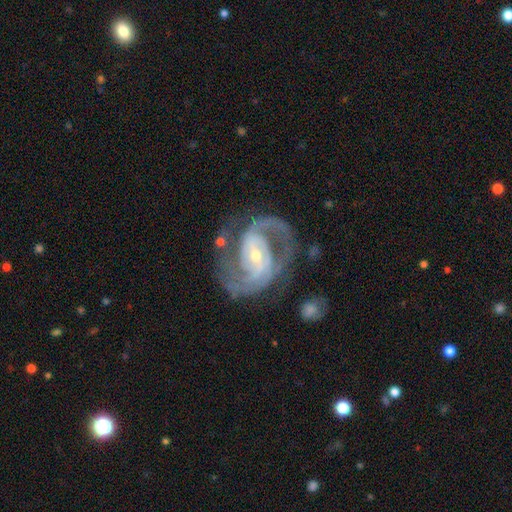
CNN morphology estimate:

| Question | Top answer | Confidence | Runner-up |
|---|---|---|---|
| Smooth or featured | featured or disk | 92% | star or artifact (5%) |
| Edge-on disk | no | 97% | yes (3%) |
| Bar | weak | 44% | strong (30%) |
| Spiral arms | yes | 98% | no (2%) |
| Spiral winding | medium | 52% | tight (39%) |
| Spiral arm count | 2 | 76% | 3 (12%) |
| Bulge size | small | 54% | moderate (42%) |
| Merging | none | 67% | minor disturbance (17%) |